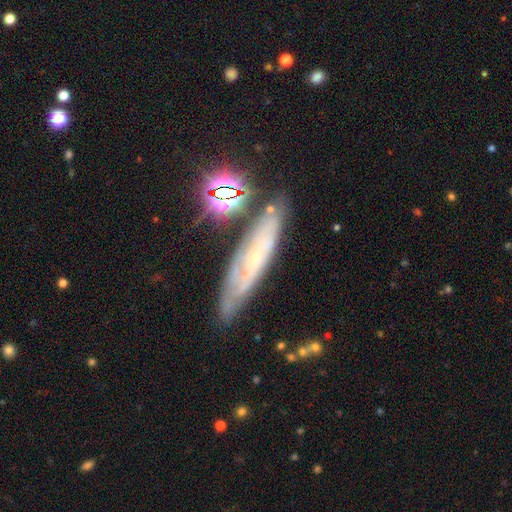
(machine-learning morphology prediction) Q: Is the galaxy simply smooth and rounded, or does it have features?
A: featured or disk — 59%.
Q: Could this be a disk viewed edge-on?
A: no — 55%.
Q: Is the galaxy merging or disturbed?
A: none — 74%.